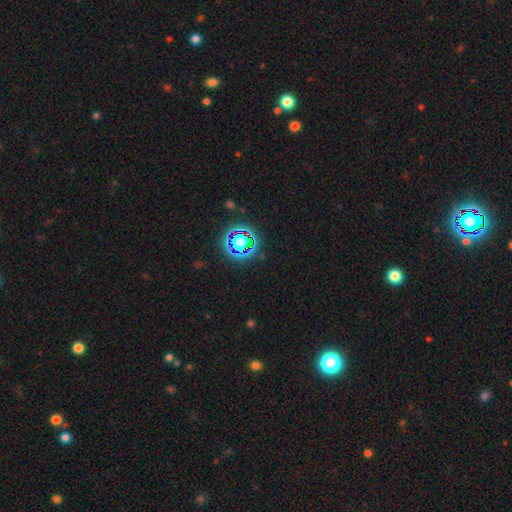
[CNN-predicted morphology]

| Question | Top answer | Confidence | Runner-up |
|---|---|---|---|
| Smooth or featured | star or artifact | 74% | smooth (18%) |